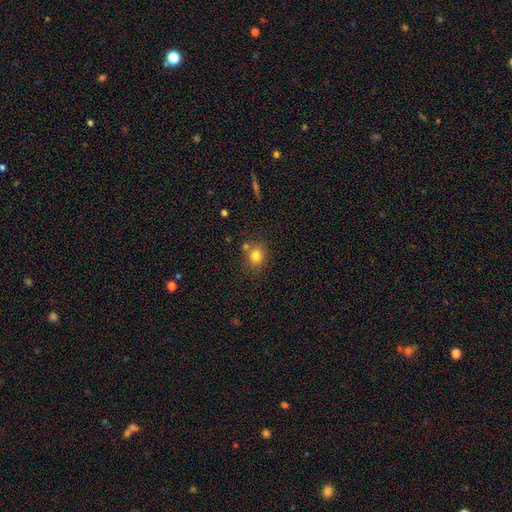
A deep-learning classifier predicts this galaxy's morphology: Q: Smooth or featured?
A: smooth (80%); runner-up: star or artifact (12%)
Q: How rounded?
A: round (70%); runner-up: in between (29%)
Q: Merging?
A: none (66%); runner-up: merger (17%)